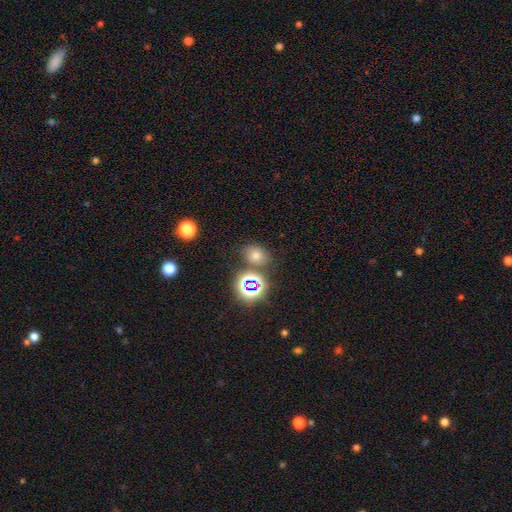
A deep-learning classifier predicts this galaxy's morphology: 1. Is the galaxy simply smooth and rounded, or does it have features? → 62% smooth, 29% star or artifact, 9% featured or disk.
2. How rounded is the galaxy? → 52% in between, 47% round, 1% cigar-shaped.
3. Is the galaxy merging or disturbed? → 76% none, 11% minor disturbance, 9% merger, 4% major disturbance.